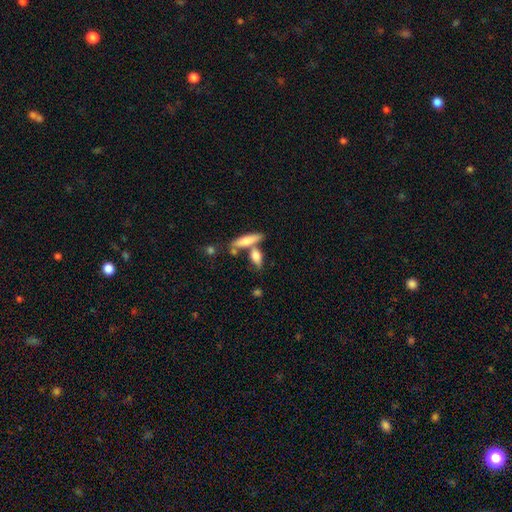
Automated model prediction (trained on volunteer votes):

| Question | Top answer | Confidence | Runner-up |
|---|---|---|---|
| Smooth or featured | smooth | 74% | featured or disk (18%) |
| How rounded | in between | 59% | cigar-shaped (34%) |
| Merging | none | 52% | merger (31%) |